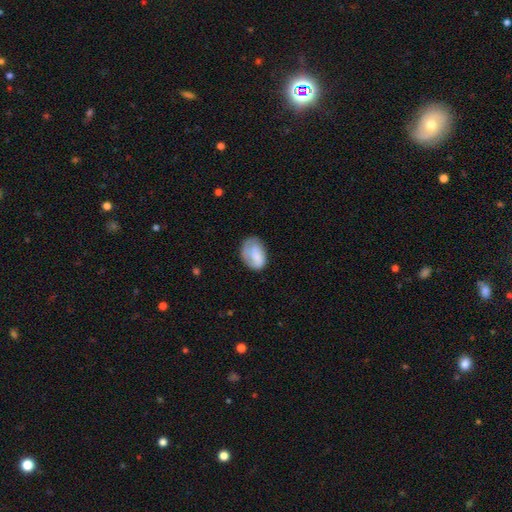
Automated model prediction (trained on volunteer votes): A smooth galaxy with no disk features (73%) that is in between round and cigar-shaped (80%). Merging: none (54%).